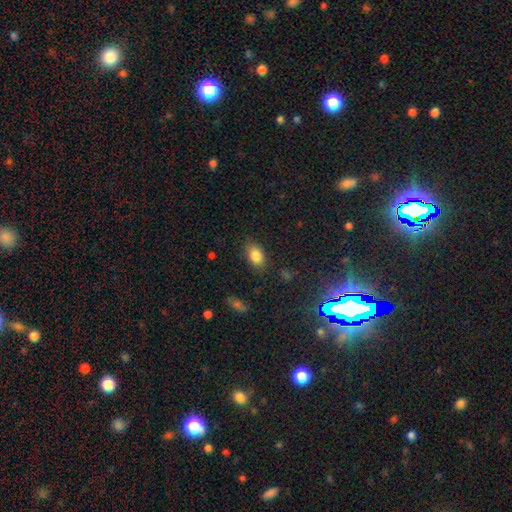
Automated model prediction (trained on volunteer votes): smooth-or-featured: smooth: 83% | star or artifact: 9% | featured or disk: 8%
  how-rounded: in between: 89% | round: 9% | cigar-shaped: 2%
  merging: none: 82% | minor disturbance: 13% | major disturbance: 3% | merger: 2%